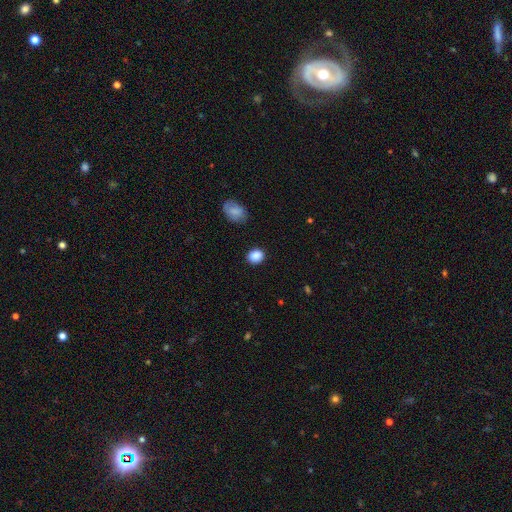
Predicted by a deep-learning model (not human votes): A smooth galaxy with no disk features (88%) that is round (64%).

Vote fractions:
- Smooth or featured? smooth: 88% / star or artifact: 9% / featured or disk: 3%
- How rounded? round: 64% / in between: 35% / cigar-shaped: 1%
- Merging? none: 87% / minor disturbance: 9% / major disturbance: 3% / merger: 2%